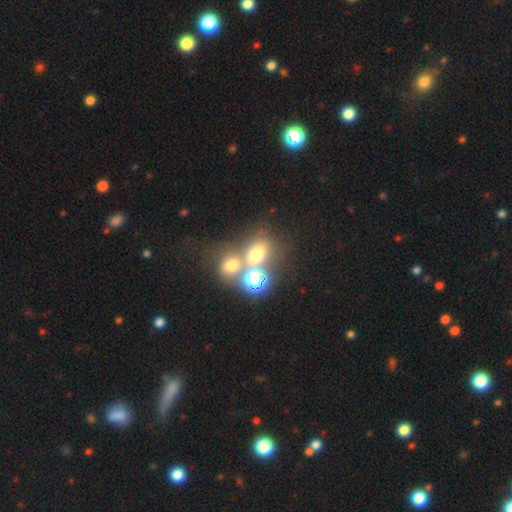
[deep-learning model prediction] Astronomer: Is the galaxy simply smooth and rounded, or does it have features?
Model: smooth — 58%.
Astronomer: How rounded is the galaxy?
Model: round — 56% (runner-up: in between, 43%).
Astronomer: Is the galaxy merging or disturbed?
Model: merger — 45% (runner-up: none, 40%).